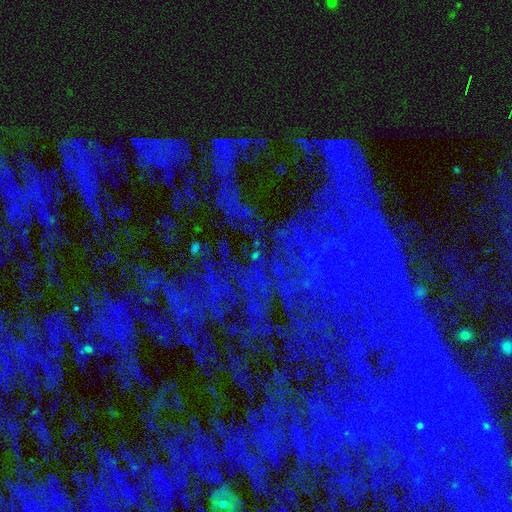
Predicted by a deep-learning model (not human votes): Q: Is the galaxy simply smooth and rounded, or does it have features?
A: star or artifact — 77%.